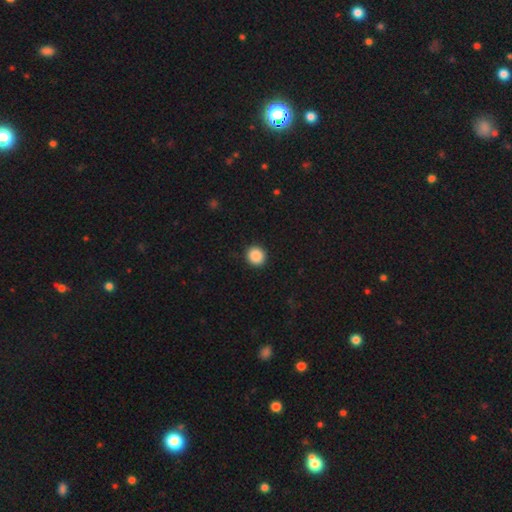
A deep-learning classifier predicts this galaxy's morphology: Smooth or featured? smooth (89%)
How rounded? round (91%)
Merging? none (93%)